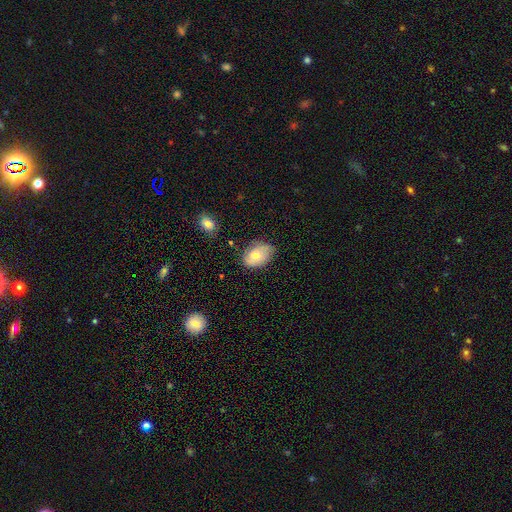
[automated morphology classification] smooth-or-featured: smooth: 67% | featured or disk: 25% | star or artifact: 8%
  how-rounded: in between: 82% | round: 16% | cigar-shaped: 1%
  merging: none: 61% | minor disturbance: 31% | major disturbance: 6% | merger: 2%